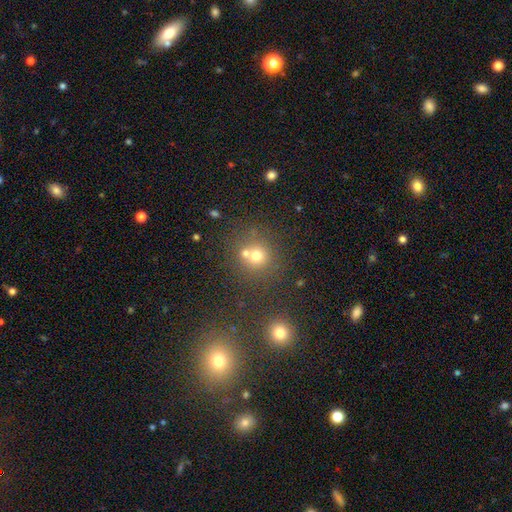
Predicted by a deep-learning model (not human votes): Morphology: type=smooth (69%); roundness=round (88%); merging=none (55%).